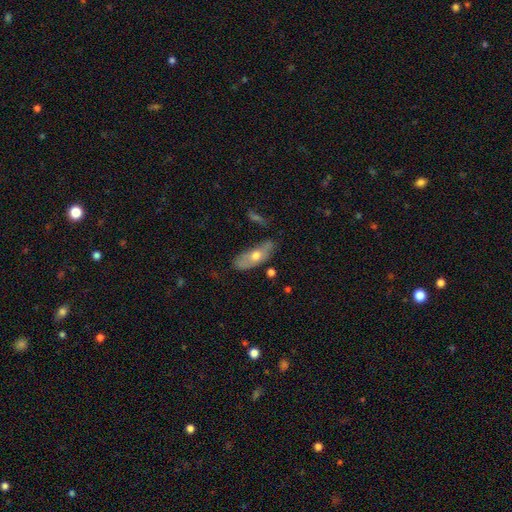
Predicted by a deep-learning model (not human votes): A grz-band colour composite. It shows a smooth galaxy with no disk features (55%) that is in between round and cigar-shaped (75%). Merging: none (58%).